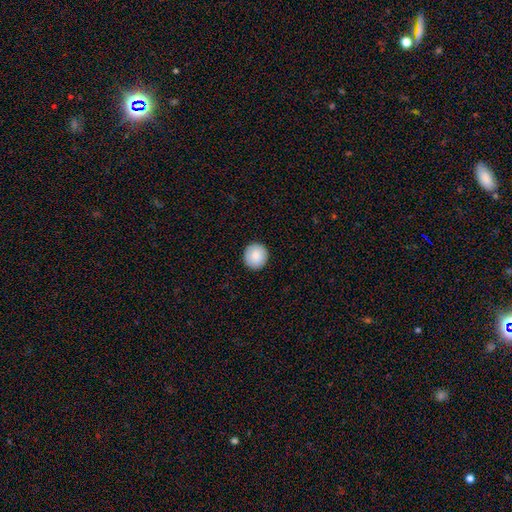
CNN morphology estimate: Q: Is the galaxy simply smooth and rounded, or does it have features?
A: smooth — 86%.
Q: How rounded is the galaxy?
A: round — 93%.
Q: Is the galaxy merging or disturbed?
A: none — 92%.